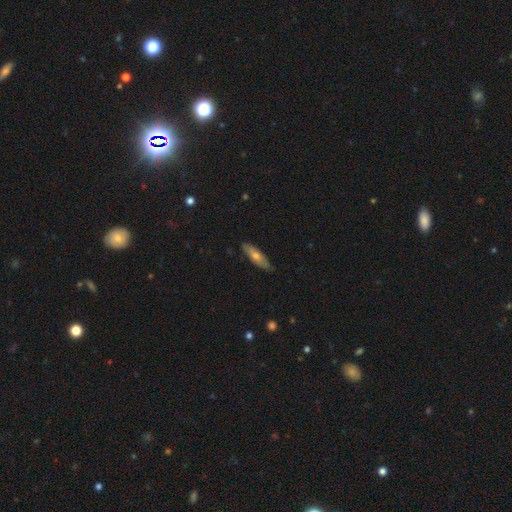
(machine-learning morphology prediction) A smooth galaxy with no disk features (49%).

Vote fractions:
- Smooth or featured? smooth: 49% / featured or disk: 45% / star or artifact: 6%
- Merging? none: 83% / minor disturbance: 14% / major disturbance: 2% / merger: 1%